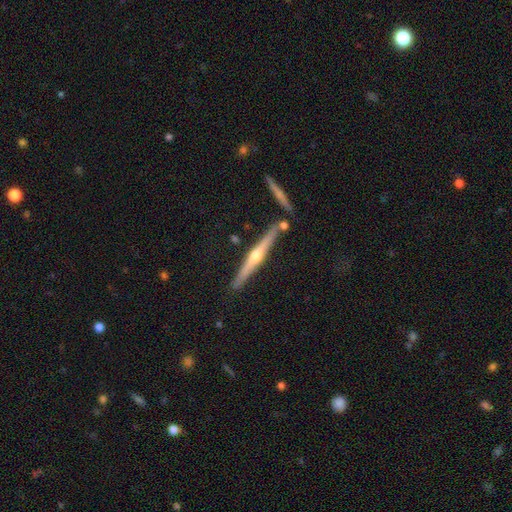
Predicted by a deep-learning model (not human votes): Overall: featured or disk (76%). Edge-on disk: yes (98%). Edge-on bulge: rounded (90%). Merging: none (85%).